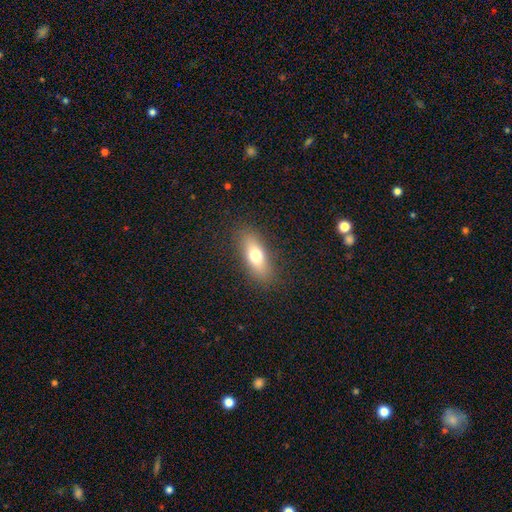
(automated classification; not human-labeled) Smooth or featured?
  - smooth: 70% *
  - featured or disk: 22%
  - star or artifact: 8%
How rounded?
  - in between: 64% *
  - cigar-shaped: 32%
  - round: 4%
Merging?
  - none: 86% *
  - minor disturbance: 10%
  - major disturbance: 3%
  - merger: 1%